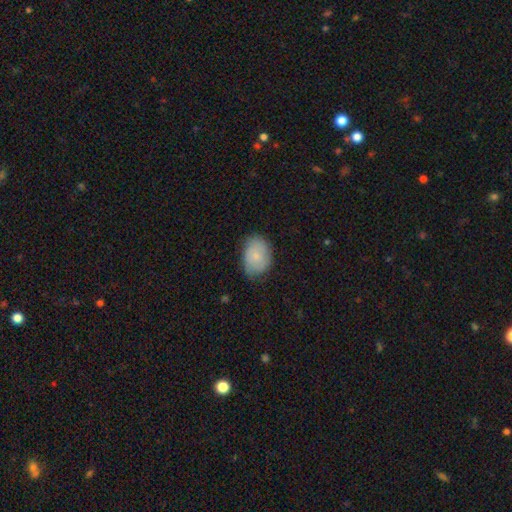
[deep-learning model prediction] The model was most divided on "merging": none: 69%, minor disturbance: 25%, major disturbance: 5%, merger: 1%. More confident: smooth or featured — smooth (74%); how rounded — in between (72%).